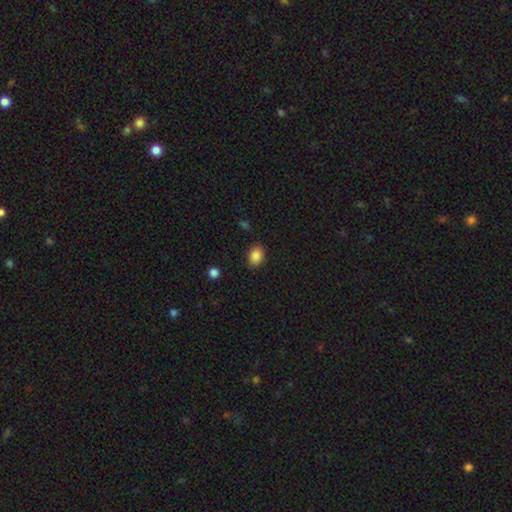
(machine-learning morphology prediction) This appears to be a smooth galaxy with no disk features (88%) that is in between round and cigar-shaped (70%). Merging: none (86%).